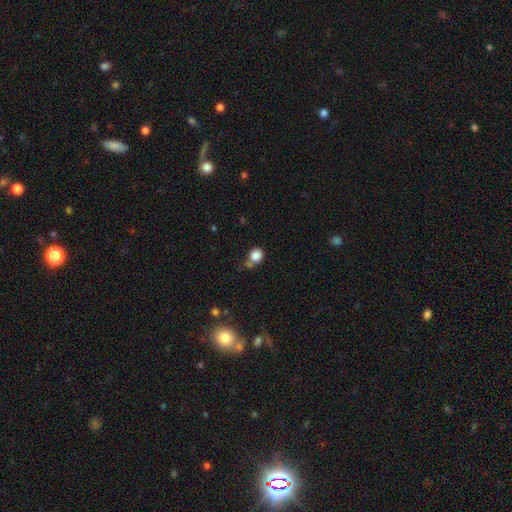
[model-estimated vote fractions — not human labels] Q: Smooth or featured?
A: smooth (83%); runner-up: star or artifact (11%)
Q: How rounded?
A: round (80%); runner-up: in between (19%)
Q: Merging?
A: none (58%); runner-up: minor disturbance (21%)